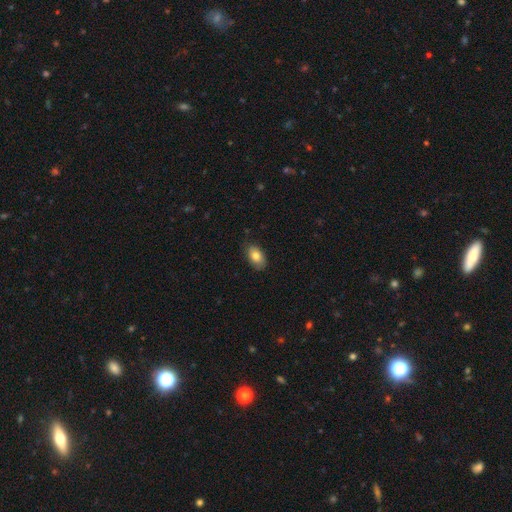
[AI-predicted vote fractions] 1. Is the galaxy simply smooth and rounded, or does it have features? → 81% smooth, 11% featured or disk, 8% star or artifact.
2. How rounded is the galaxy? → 91% in between, 7% round, 2% cigar-shaped.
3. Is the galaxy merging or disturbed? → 81% none, 15% minor disturbance, 3% major disturbance, 1% merger.